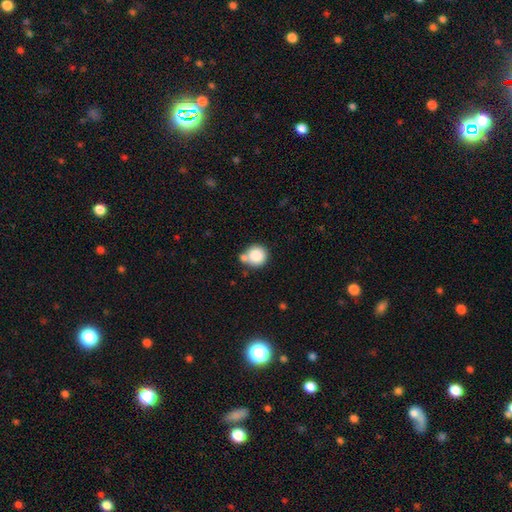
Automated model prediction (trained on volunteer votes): Smooth or featured? Predicted: smooth (p=0.84). How rounded? Predicted: round (p=0.90). Merging? Predicted: none (p=0.58).